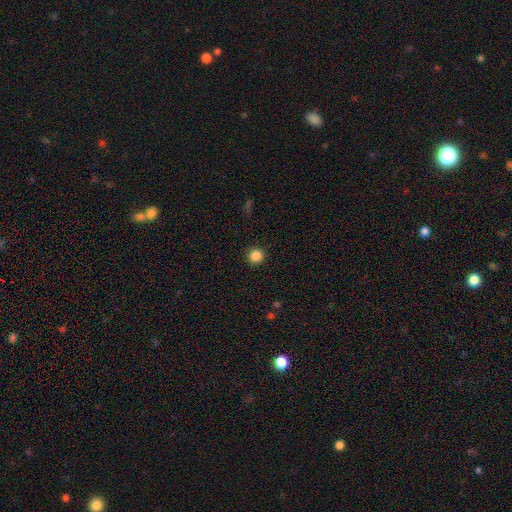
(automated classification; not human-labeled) A smooth galaxy with no disk features (85%) that is round (95%).

Vote fractions:
- Smooth or featured? smooth: 85% / star or artifact: 11% / featured or disk: 4%
- How rounded? round: 95% / in between: 4% / cigar-shaped: 1%
- Merging? none: 92% / minor disturbance: 5% / major disturbance: 2% / merger: 1%